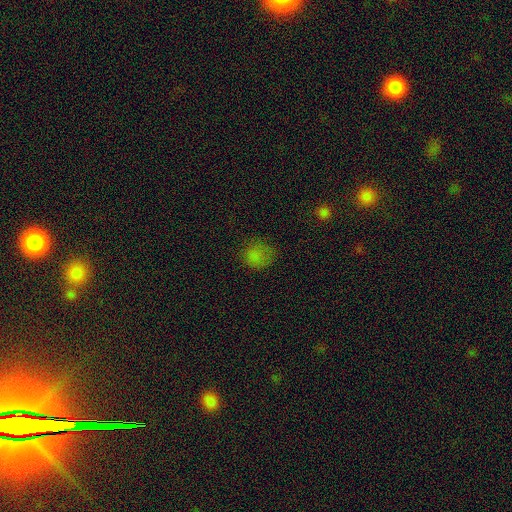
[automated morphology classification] A smooth galaxy with no disk features (74%) that is round (73%).

Vote fractions:
- Smooth or featured? smooth: 74% / star or artifact: 19% / featured or disk: 7%
- How rounded? round: 73% / in between: 26% / cigar-shaped: 1%
- Merging? none: 66% / minor disturbance: 22% / major disturbance: 10% / merger: 2%